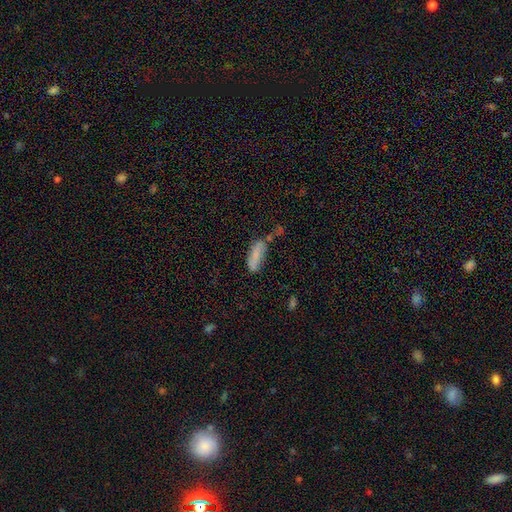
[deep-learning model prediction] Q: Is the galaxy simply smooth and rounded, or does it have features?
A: smooth — 74%.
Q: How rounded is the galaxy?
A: in between — 62%.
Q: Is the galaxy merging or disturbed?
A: none — 43%.